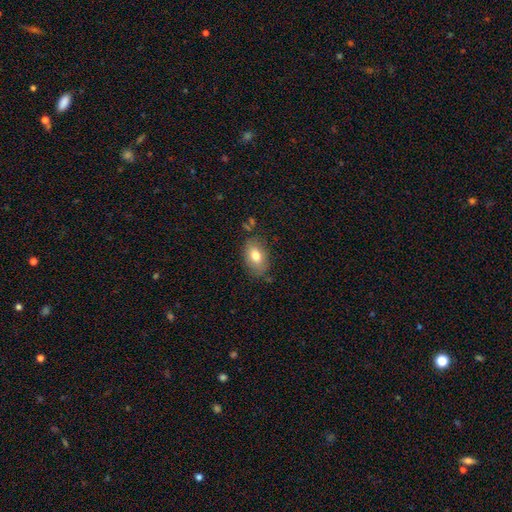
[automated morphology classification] smooth_or_featured: smooth (p=0.77) [alt: featured or disk p=0.15]
how_rounded: in between (p=0.88) [alt: round p=0.11]
merging: none (p=0.77) [alt: minor disturbance p=0.17]